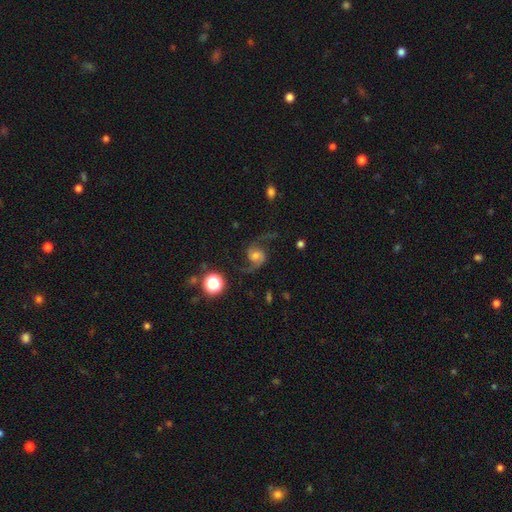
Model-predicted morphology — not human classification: The model was most divided on "bulge size": moderate: 51%, small: 28%, large: 13%, none: 6%, dominant: 3%. More confident: edge-on disk — no (98%); spiral arms — yes (97%); spiral arm count — 2 (93%); smooth or featured — featured or disk (81%); merging — none (73%); bar — no (62%); spiral winding — loose (61%).